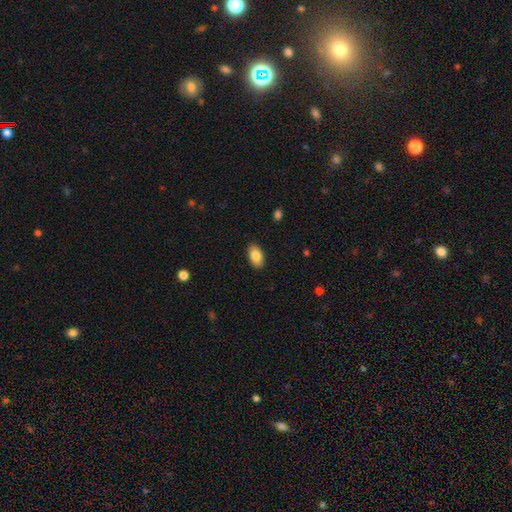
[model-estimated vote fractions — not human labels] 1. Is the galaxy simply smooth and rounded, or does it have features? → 87% smooth, 7% star or artifact, 7% featured or disk.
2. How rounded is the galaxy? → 94% in between, 4% round, 2% cigar-shaped.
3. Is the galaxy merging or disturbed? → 89% none, 8% minor disturbance, 2% major disturbance, 1% merger.